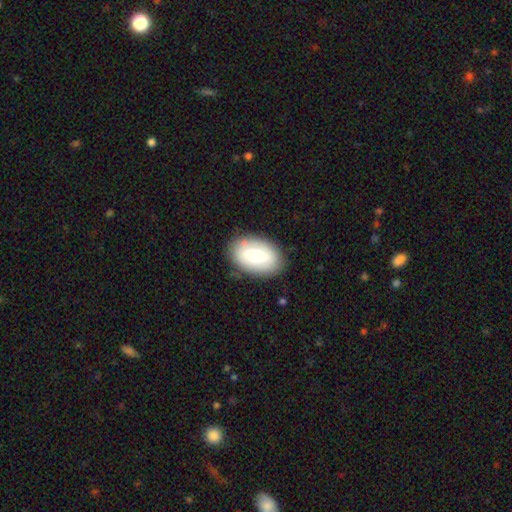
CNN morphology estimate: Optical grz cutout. It shows a smooth galaxy with no disk features (63%) that is in between round and cigar-shaped (90%). Merging: none (83%).